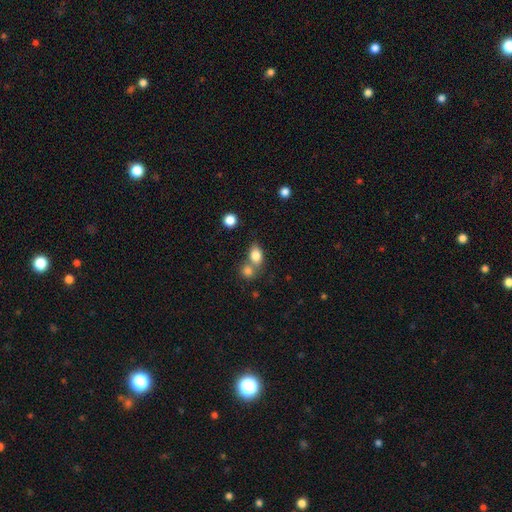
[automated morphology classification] Smooth or featured?
  - smooth: 82% *
  - star or artifact: 10%
  - featured or disk: 9%
How rounded?
  - in between: 72% *
  - round: 26%
  - cigar-shaped: 2%
Merging?
  - none: 44% *
  - merger: 40%
  - minor disturbance: 11%
  - major disturbance: 5%